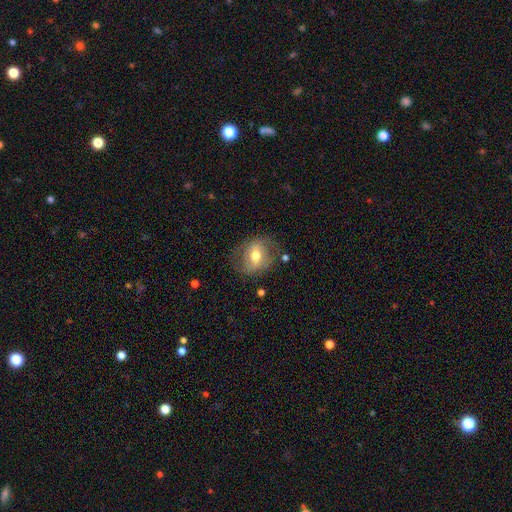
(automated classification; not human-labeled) featured or disk 53%, smooth 39%, star or artifact 8%. Down the decision tree: edge-on disk — no (93%); merging — none (67%).